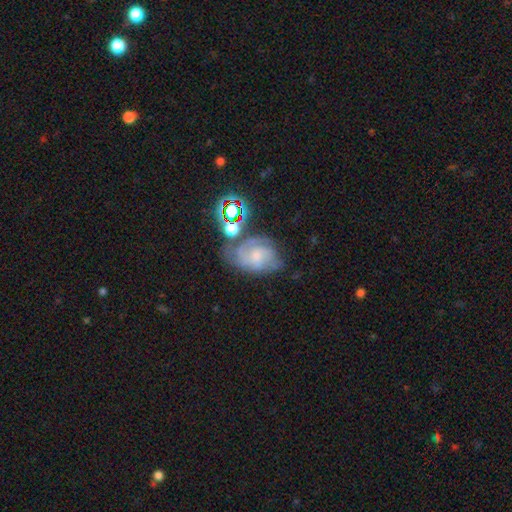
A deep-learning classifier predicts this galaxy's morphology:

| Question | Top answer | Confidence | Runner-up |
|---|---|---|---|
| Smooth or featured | featured or disk | 66% | smooth (20%) |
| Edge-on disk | no | 97% | yes (3%) |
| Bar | no | 63% | weak (31%) |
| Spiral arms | yes | 90% | no (10%) |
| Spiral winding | tight | 47% | medium (41%) |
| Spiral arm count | can't tell | 31% | 3 (28%) |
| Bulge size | small | 56% | moderate (26%) |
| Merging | none | 48% | minor disturbance (24%) |